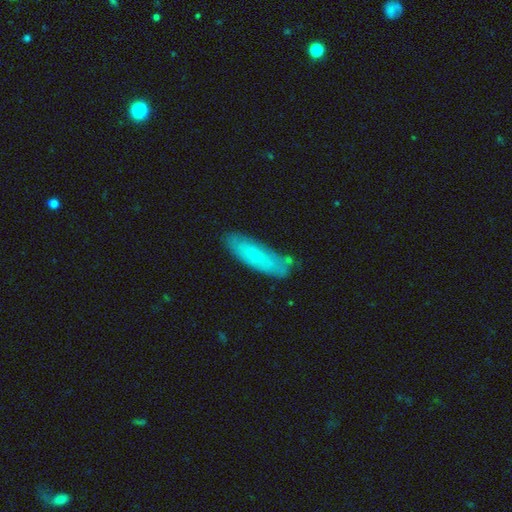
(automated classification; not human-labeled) The model was most divided on "how rounded": cigar-shaped: 52%, in between: 46%, round: 2%. More confident: merging — none (72%); smooth or featured — smooth (64%).